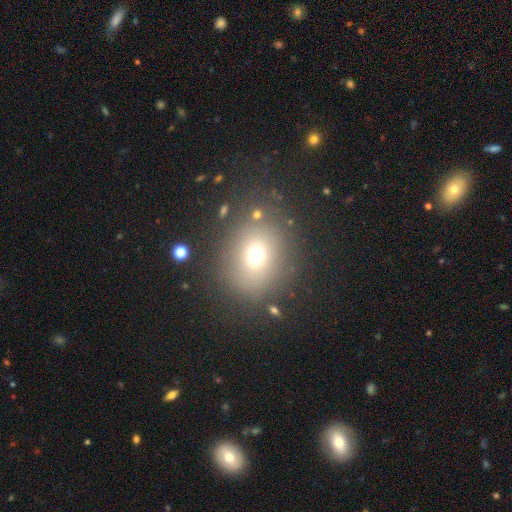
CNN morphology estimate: This is likely a smooth galaxy (67%). How rounded: likely round (72%). Merging: likely none (78%).